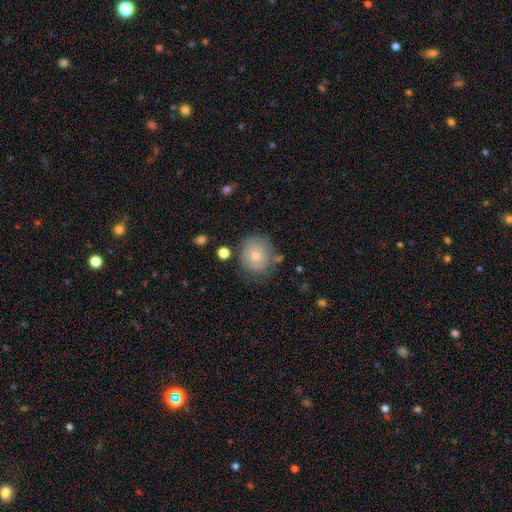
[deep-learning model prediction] smooth_or_featured: smooth (p=0.73) [alt: featured or disk p=0.19]
how_rounded: round (p=0.81) [alt: in between p=0.18]
merging: none (p=0.65) [alt: minor disturbance p=0.22]